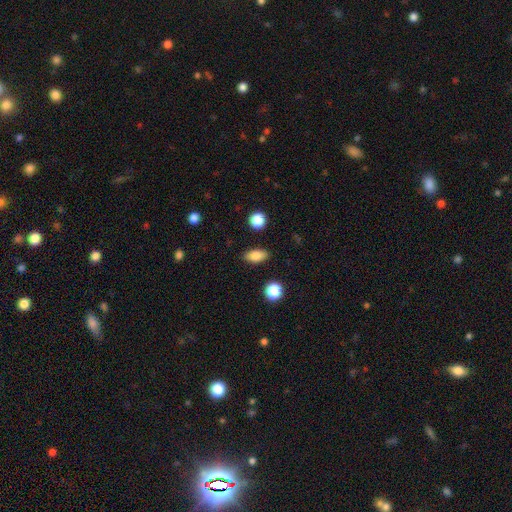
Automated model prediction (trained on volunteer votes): The model was most divided on "how rounded": in between: 82%, round: 10%, cigar-shaped: 8%. More confident: merging — none (87%); smooth or featured — smooth (83%).